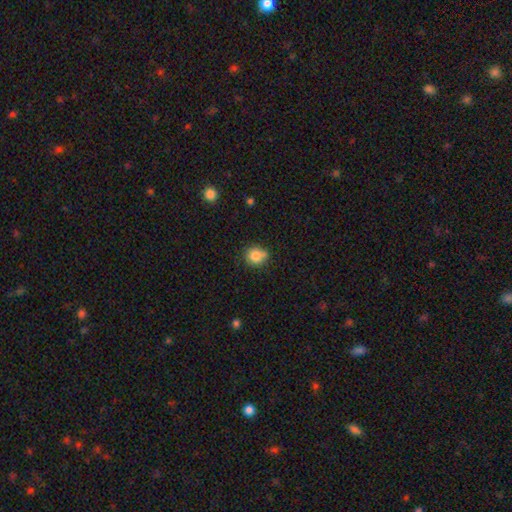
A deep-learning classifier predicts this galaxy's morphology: A smooth galaxy with no disk features (81%) that is round (81%). Merging: none (64%).